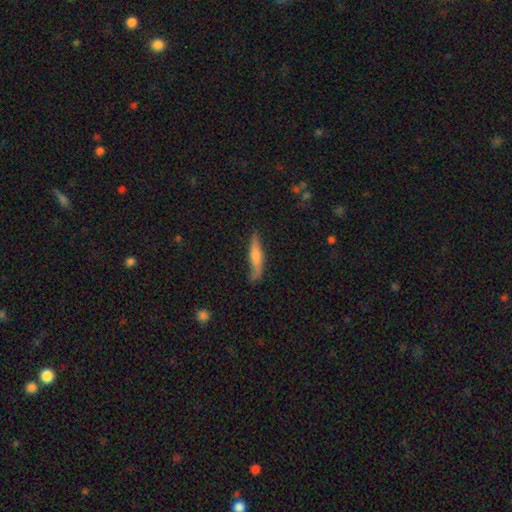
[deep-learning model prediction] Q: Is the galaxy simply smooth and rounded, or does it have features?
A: smooth — 55%.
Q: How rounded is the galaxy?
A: cigar-shaped — 85%.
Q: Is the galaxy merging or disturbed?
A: none — 65%.